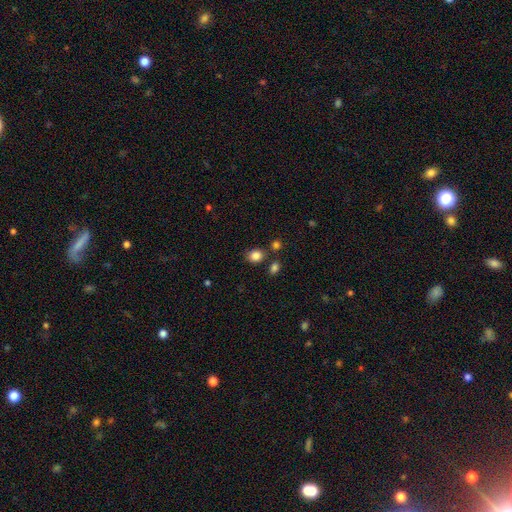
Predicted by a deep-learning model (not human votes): Morphology: type=smooth (84%); roundness=round (57%); merging=none (77%).